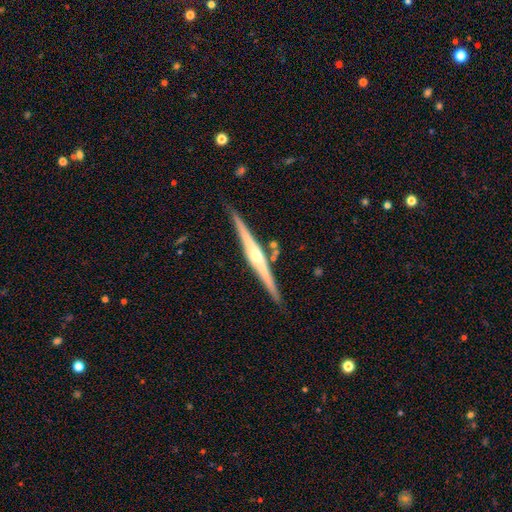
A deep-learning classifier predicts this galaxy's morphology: A featured or disk galaxy (83%) viewed edge-on (98%) with a rounded central bulge (84%). Merging: none (88%).